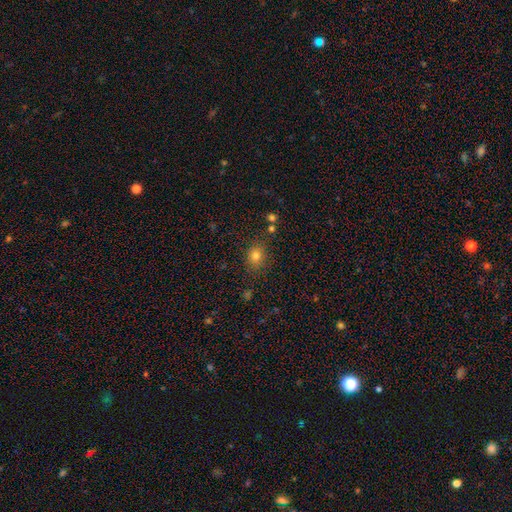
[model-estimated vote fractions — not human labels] Smooth or featured? smooth (78%)
How rounded? round (64%)
Merging? none (81%)